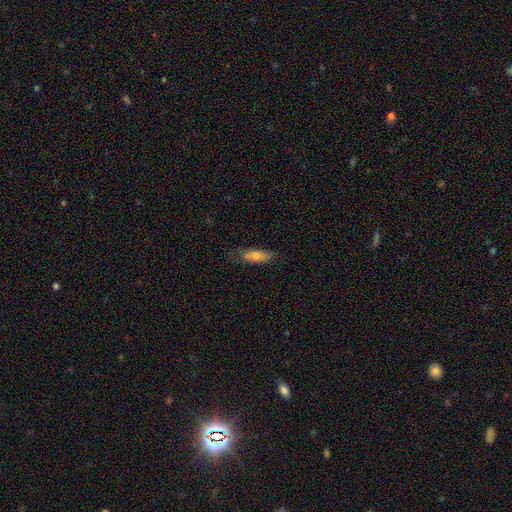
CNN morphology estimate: Smooth or featured? Predicted: smooth (p=0.54). How rounded? Predicted: cigar-shaped (p=0.61). Merging? Predicted: none (p=0.78).